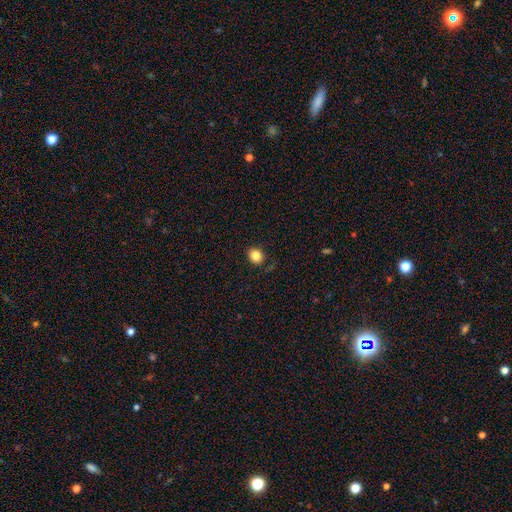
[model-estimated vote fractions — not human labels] A smooth galaxy with no disk features (85%) that is round (73%). Merging: none (87%).